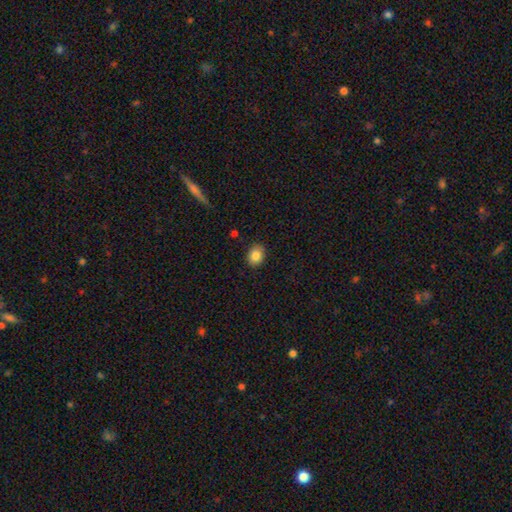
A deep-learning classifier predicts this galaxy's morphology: This appears to be a smooth galaxy with no disk features (85%) that is in between round and cigar-shaped (56%). Merging: none (86%).